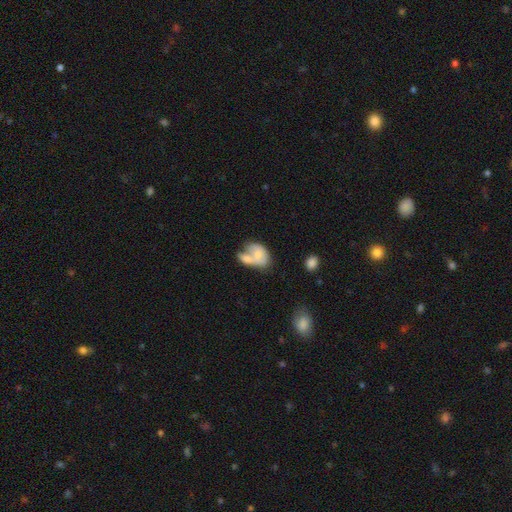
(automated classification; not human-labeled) A smooth galaxy with no disk features (64%) that is in between round and cigar-shaped (80%). Merging: merger (62%).